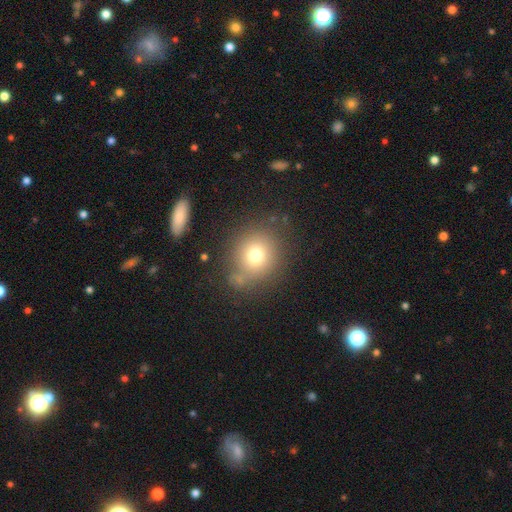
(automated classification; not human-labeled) Smooth or featured? smooth (73%)
How rounded? round (85%)
Merging? none (74%)